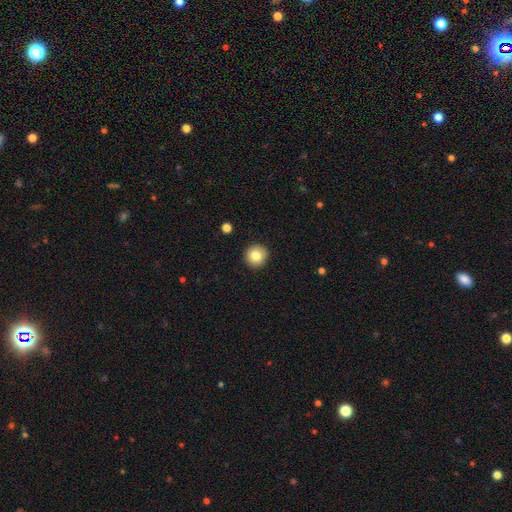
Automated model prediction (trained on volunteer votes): Morphology: type=smooth (82%); roundness=round (94%); merging=none (92%).